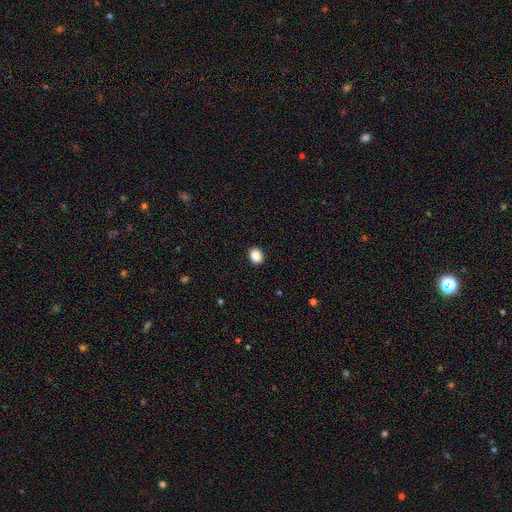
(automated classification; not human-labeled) A smooth galaxy with no disk features (89%) that is in between round and cigar-shaped (52%). Merging: none (91%).